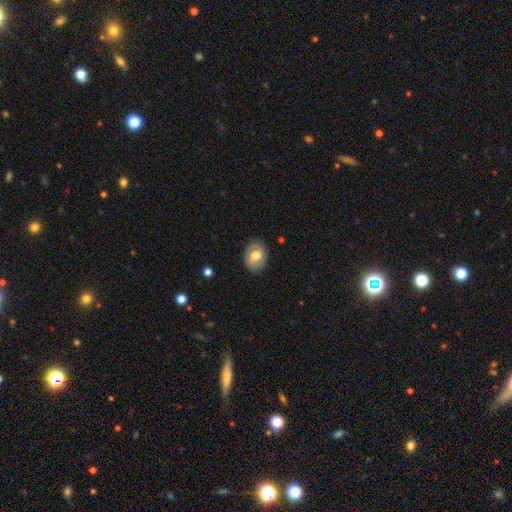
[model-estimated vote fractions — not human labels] The model was most divided on "how rounded": in between: 61%, round: 38%, cigar-shaped: 1%. More confident: merging — none (84%); smooth or featured — smooth (70%).